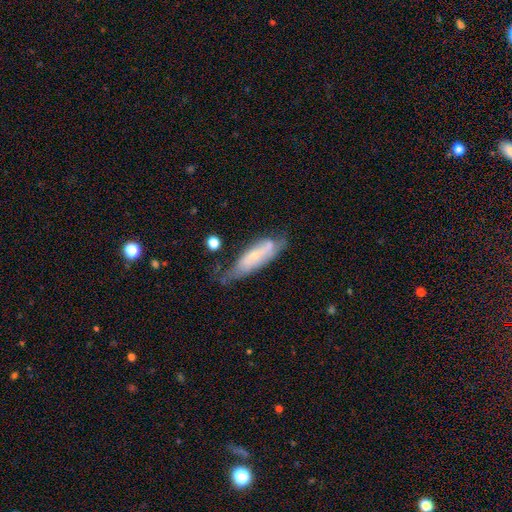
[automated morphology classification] Smooth or featured: featured or disk — 51% (smooth — 42%)
Edge-on disk: no — 70% (yes — 30%)
Merging: none — 47% (minor disturbance — 32%)